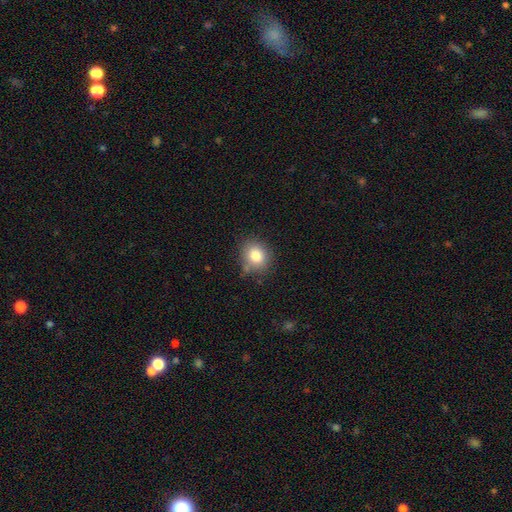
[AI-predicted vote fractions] Smooth or featured? smooth (82%)
How rounded? round (69%)
Merging? none (79%)